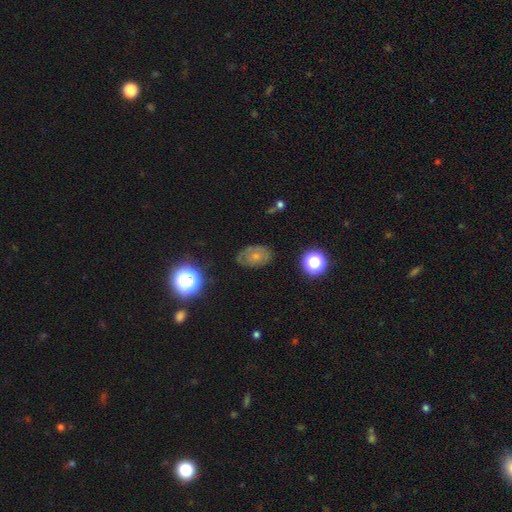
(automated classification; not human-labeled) Overall: smooth (51%; featured or disk 36%). How rounded: in between (82%). Merging: none (69%).